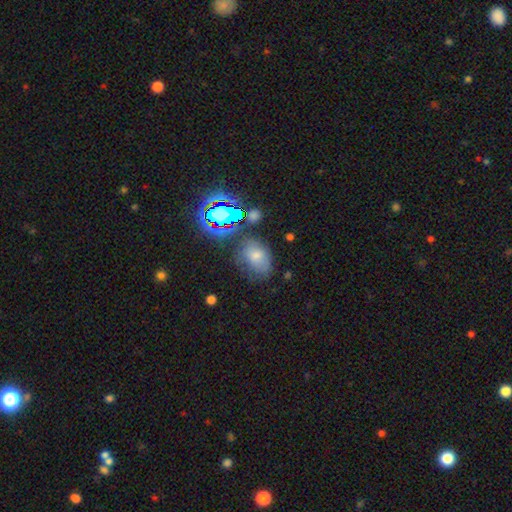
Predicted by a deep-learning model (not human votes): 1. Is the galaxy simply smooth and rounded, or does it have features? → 49% smooth, 33% star or artifact, 18% featured or disk.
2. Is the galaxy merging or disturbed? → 61% none, 23% minor disturbance, 10% major disturbance, 6% merger.